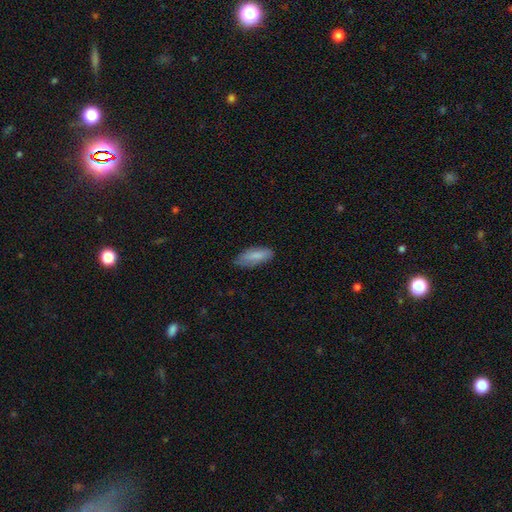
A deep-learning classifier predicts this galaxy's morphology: This is clearly a smooth galaxy (82%). How rounded: likely in between (71%). Merging: likely none (71%).